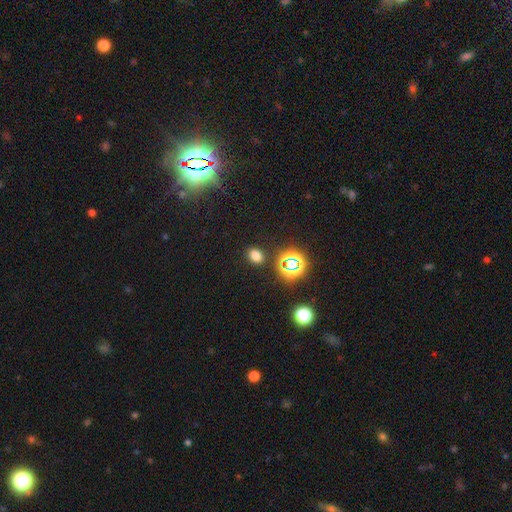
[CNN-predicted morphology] A smooth galaxy with no disk features (70%) that is in between round and cigar-shaped (59%).

Vote fractions:
- Smooth or featured? smooth: 70% / star or artifact: 24% / featured or disk: 6%
- How rounded? in between: 59% / round: 40% / cigar-shaped: 1%
- Merging? none: 87% / minor disturbance: 8% / major disturbance: 3% / merger: 3%